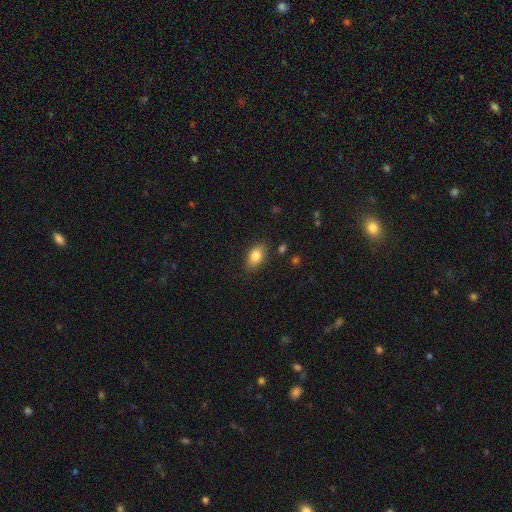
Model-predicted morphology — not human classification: The model was most divided on "merging": none: 84%, minor disturbance: 11%, major disturbance: 3%, merger: 2%. More confident: how rounded — in between (88%); smooth or featured — smooth (83%).